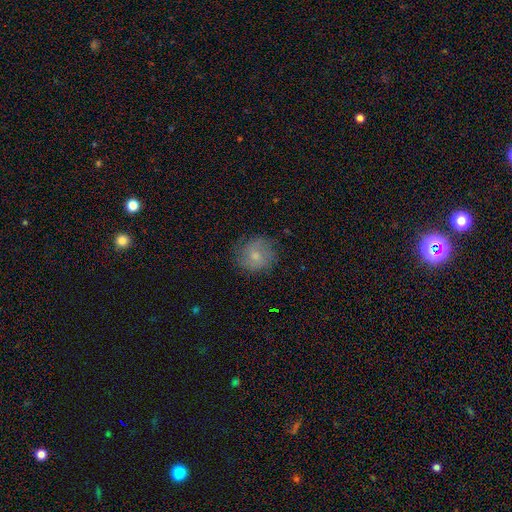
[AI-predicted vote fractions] This appears to be a smooth galaxy with no disk features (66%) that is round (85%). Merging: none (76%).